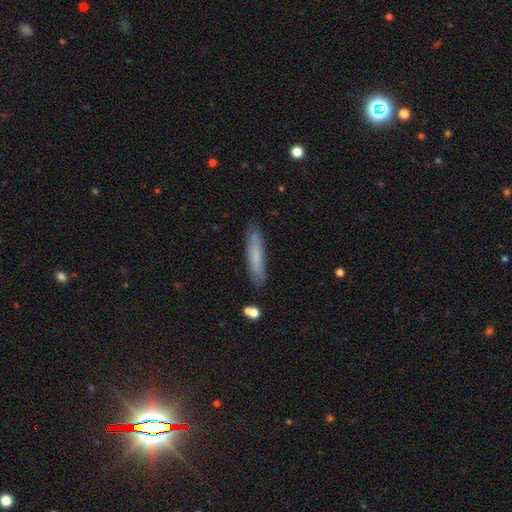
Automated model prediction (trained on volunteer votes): smooth-or-featured: smooth: 67% | featured or disk: 26% | star or artifact: 7%
  how-rounded: cigar-shaped: 87% | in between: 11% | round: 1%
  merging: none: 84% | minor disturbance: 12% | major disturbance: 2% | merger: 2%